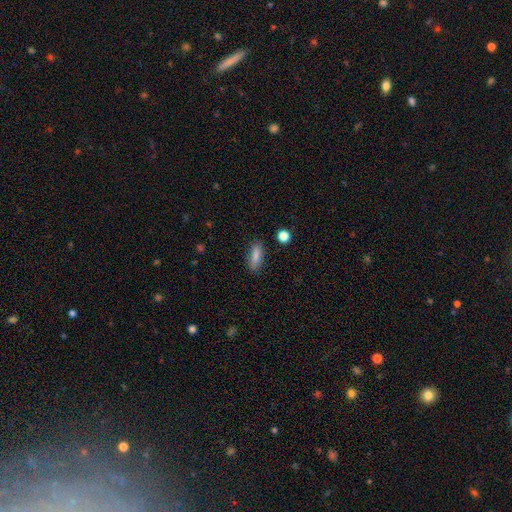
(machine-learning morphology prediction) Smooth or featured? smooth (85%)
How rounded? in between (61%)
Merging? none (86%)